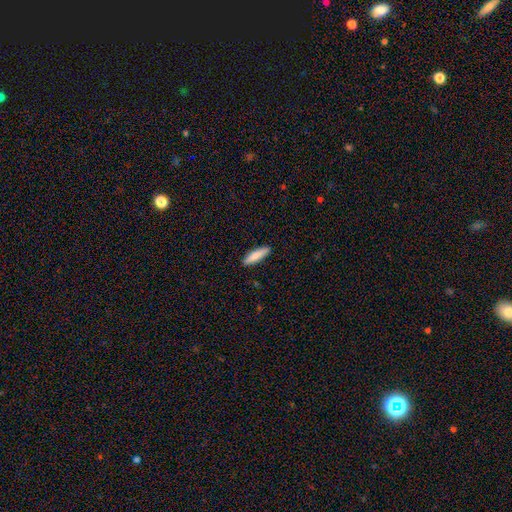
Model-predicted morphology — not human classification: type=smooth (85%); roundness=cigar-shaped (68%); merging=none (90%).